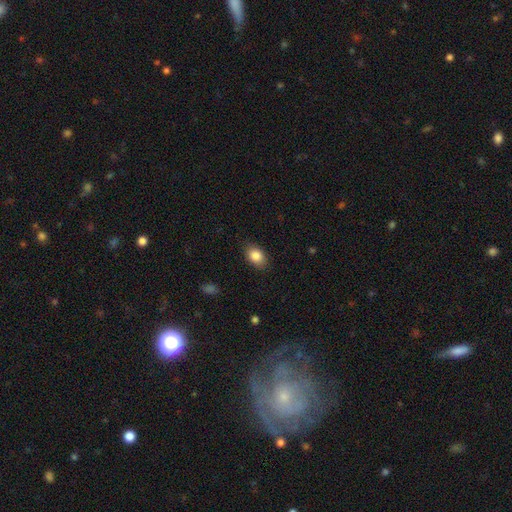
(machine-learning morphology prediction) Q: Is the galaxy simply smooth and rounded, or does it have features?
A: smooth — 85%.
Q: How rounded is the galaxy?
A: in between — 80%.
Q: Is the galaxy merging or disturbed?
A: none — 84%.